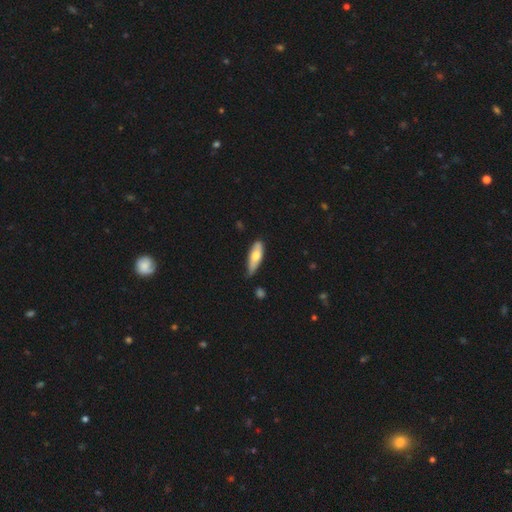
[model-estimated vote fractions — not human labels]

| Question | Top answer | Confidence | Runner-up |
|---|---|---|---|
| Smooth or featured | smooth | 67% | featured or disk (27%) |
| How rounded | in between | 58% | cigar-shaped (40%) |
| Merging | none | 59% | minor disturbance (33%) |